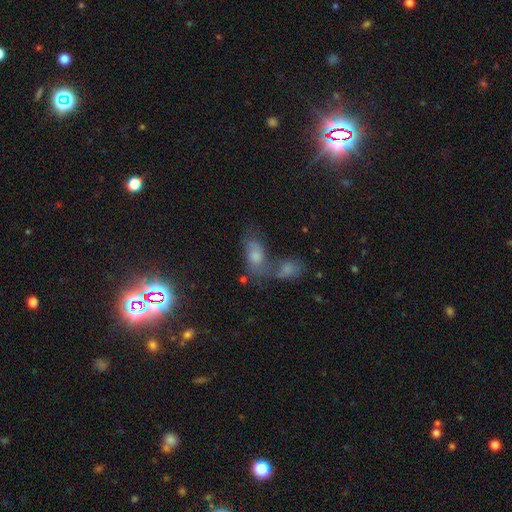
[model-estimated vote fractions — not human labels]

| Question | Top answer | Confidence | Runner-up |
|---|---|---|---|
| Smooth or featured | smooth | 52% | featured or disk (26%) |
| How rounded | in between | 82% | round (14%) |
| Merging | merger | 50% | none (28%) |